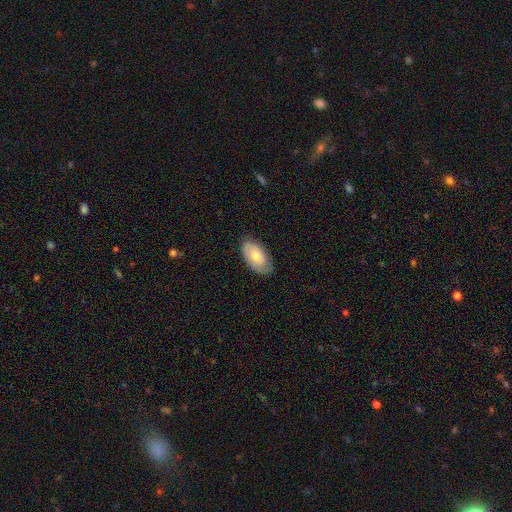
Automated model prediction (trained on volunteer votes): This appears to be a smooth galaxy with no disk features (67%) that is in between round and cigar-shaped (95%). Merging: none (76%).